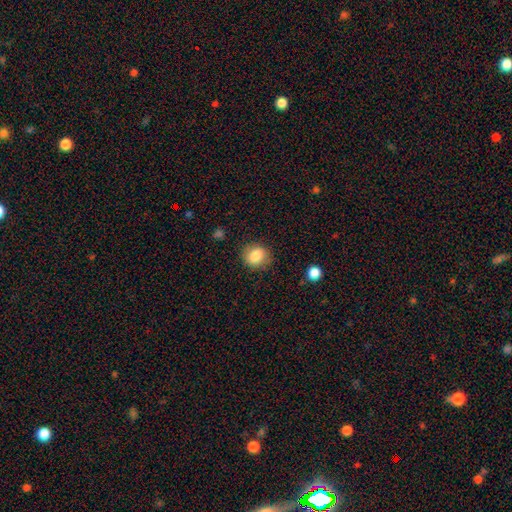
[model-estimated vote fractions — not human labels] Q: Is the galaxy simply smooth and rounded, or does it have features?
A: smooth — 84%.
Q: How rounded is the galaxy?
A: round — 74%.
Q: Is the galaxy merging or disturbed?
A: none — 84%.